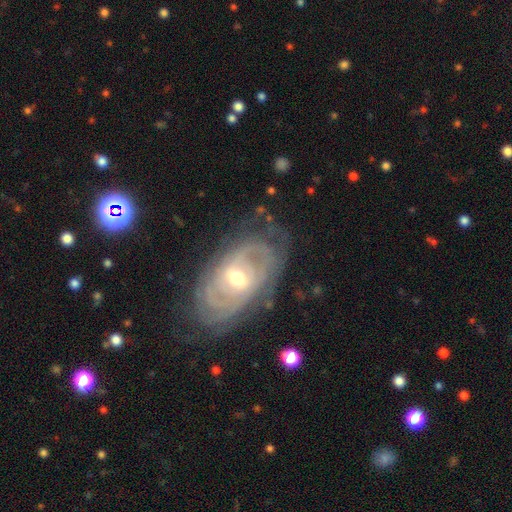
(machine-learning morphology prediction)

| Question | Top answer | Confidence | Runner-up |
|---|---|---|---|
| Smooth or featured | featured or disk | 85% | smooth (9%) |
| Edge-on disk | no | 94% | yes (6%) |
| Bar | weak | 47% | no (33%) |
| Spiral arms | yes | 92% | no (8%) |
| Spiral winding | tight | 72% | medium (22%) |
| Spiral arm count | can't tell | 43% | 2 (21%) |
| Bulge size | moderate | 65% | small (29%) |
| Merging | none | 73% | minor disturbance (18%) |